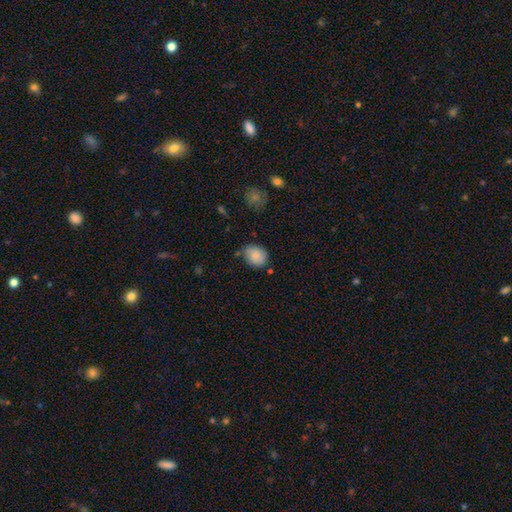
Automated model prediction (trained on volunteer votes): Morphology: type=smooth (82%); roundness=round (52%); merging=none (68%).